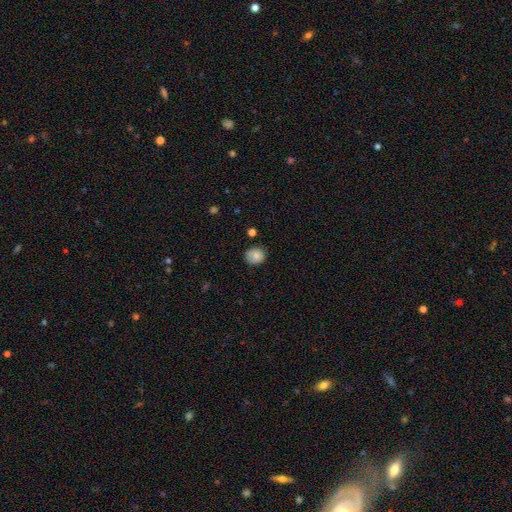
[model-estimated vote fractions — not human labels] The model was most divided on "how rounded": round: 80%, in between: 19%, cigar-shaped: 1%. More confident: smooth or featured — smooth (82%); merging — none (79%).